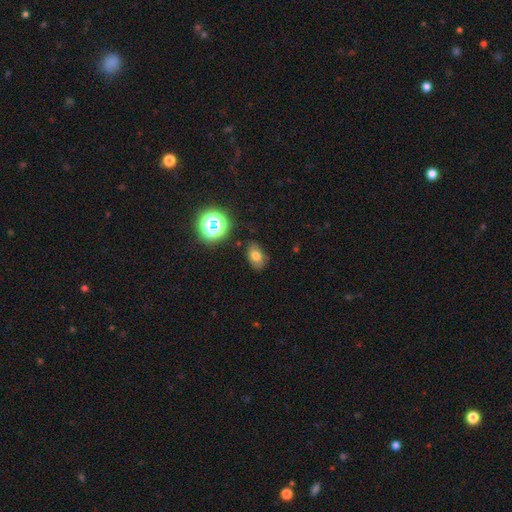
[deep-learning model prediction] A smooth galaxy with no disk features (71%) that is in between round and cigar-shaped (82%). Merging: none (78%).